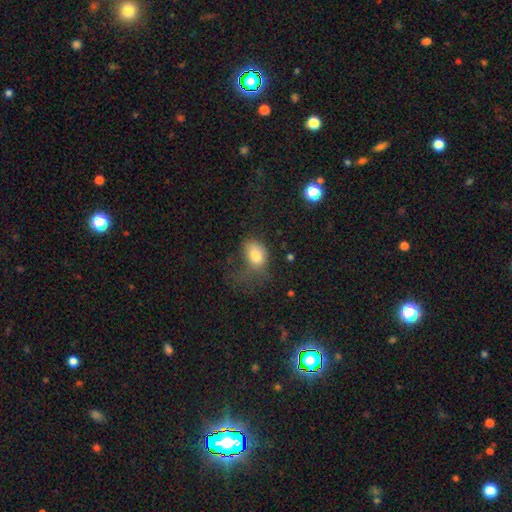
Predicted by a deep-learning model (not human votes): smooth_or_featured: smooth (p=0.78) [alt: featured or disk p=0.12]
how_rounded: in between (p=0.83) [alt: round p=0.16]
merging: major disturbance (p=0.46) [alt: minor disturbance p=0.26]